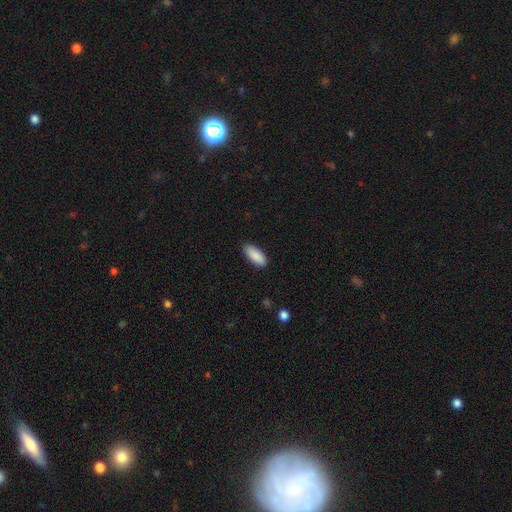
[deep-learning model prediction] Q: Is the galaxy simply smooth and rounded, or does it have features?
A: smooth — 90%.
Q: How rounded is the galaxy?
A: in between — 82%.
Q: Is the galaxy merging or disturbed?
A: none — 87%.